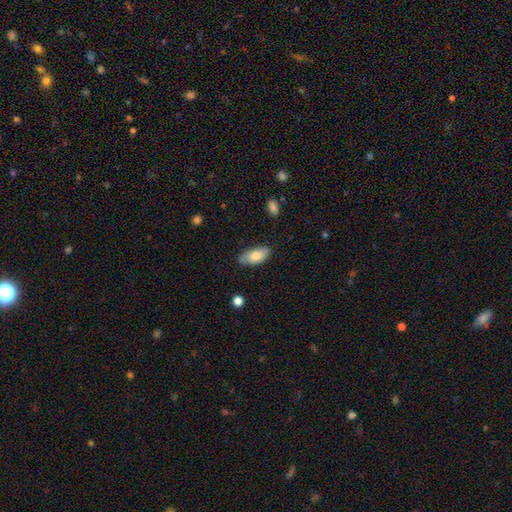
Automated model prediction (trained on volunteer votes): Smooth or featured?
  - smooth: 78% *
  - featured or disk: 15%
  - star or artifact: 7%
How rounded?
  - in between: 91% *
  - cigar-shaped: 7%
  - round: 3%
Merging?
  - none: 74% *
  - minor disturbance: 21%
  - major disturbance: 3%
  - merger: 2%